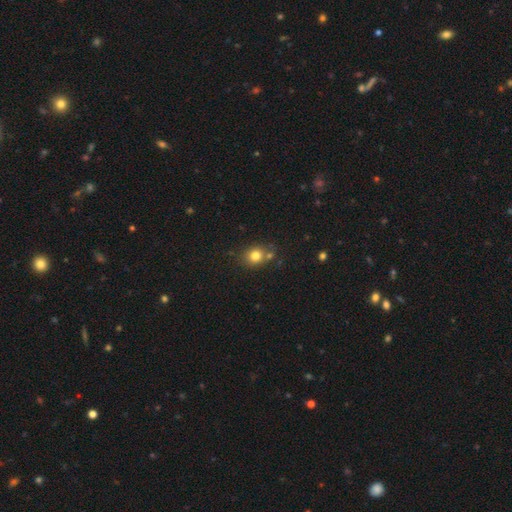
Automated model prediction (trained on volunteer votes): Smooth or featured? smooth (79%)
How rounded? round (69%)
Merging? none (68%)